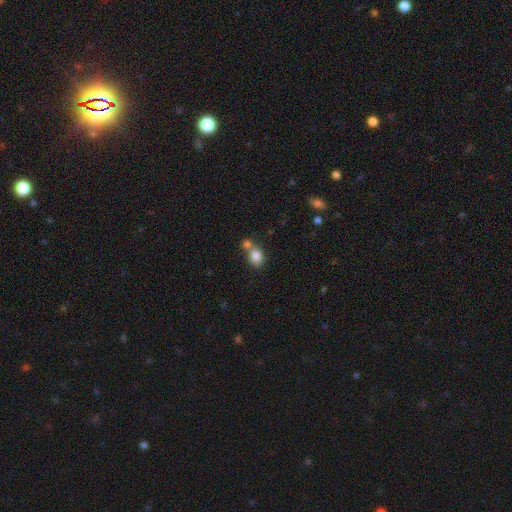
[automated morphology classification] smooth_or_featured: smooth (p=0.83) [alt: star or artifact p=0.09]
how_rounded: in between (p=0.58) [alt: round p=0.41]
merging: merger (p=0.44) [alt: none p=0.43]